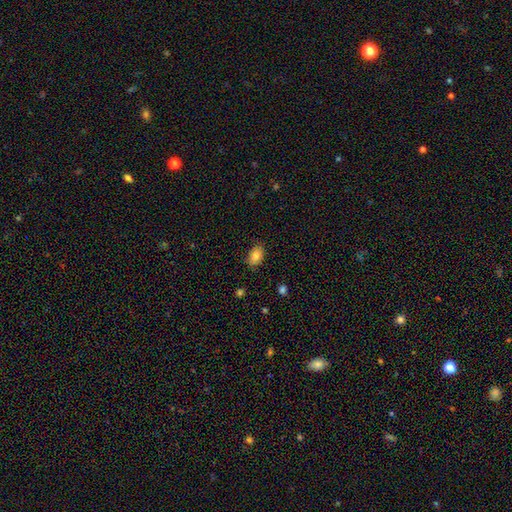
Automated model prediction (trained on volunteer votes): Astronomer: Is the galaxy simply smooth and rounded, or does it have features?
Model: smooth — 82%.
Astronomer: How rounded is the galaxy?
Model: in between — 87%.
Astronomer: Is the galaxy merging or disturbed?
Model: none — 84%.